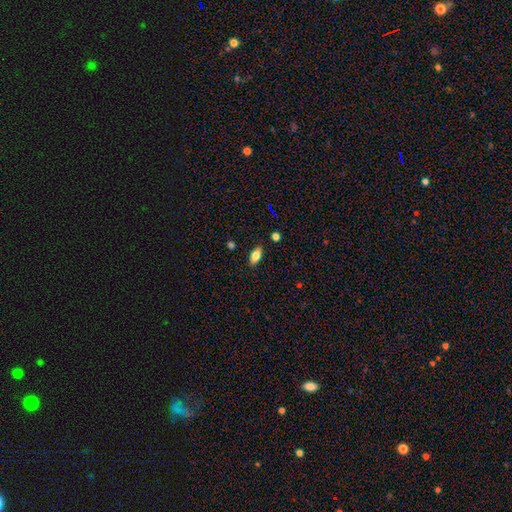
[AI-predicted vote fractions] Q: Smooth or featured?
A: smooth (77%); runner-up: featured or disk (15%)
Q: How rounded?
A: in between (88%); runner-up: cigar-shaped (9%)
Q: Merging?
A: none (87%); runner-up: minor disturbance (9%)